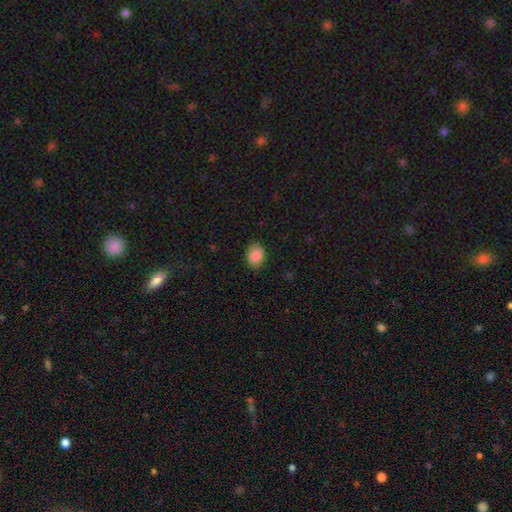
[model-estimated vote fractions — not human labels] A smooth galaxy with no disk features (89%) that is in between round and cigar-shaped (65%). Merging: none (86%).